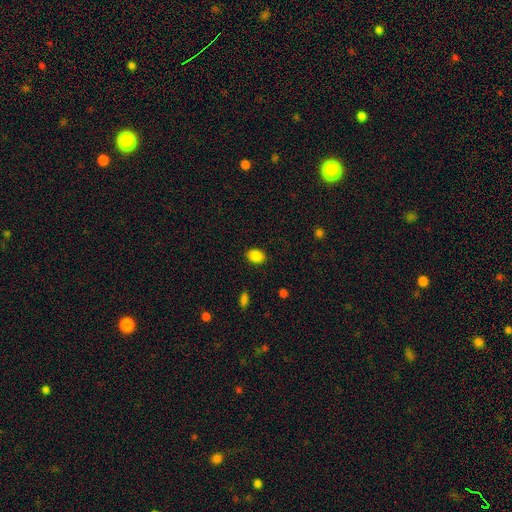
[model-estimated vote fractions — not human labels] Morphology: type=smooth (87%); roundness=in between (72%); merging=none (88%).